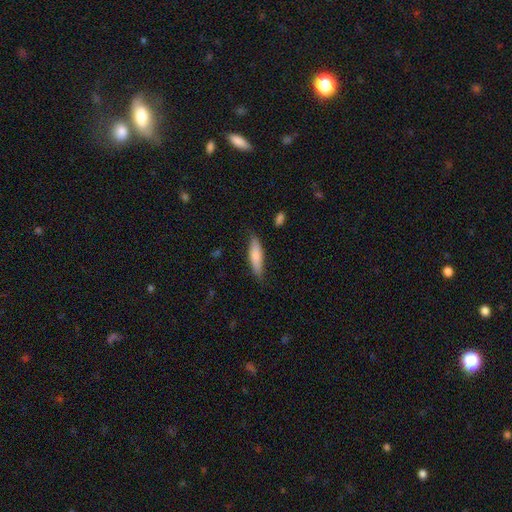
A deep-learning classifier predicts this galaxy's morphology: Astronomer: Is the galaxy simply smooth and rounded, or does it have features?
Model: smooth — 77%.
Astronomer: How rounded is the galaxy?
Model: cigar-shaped — 65%.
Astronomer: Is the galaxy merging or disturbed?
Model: none — 80%.